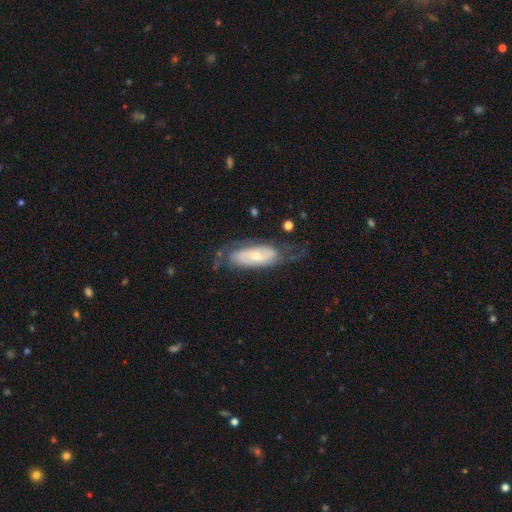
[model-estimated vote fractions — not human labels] The model was most divided on "spiral winding": tight: 41%, medium: 37%, loose: 22%. More confident: edge-on disk — no (87%); spiral arms — yes (83%); smooth or featured — featured or disk (73%); spiral arm count — 2 (64%); merging — none (60%); bar — no (59%); bulge size — small (58%).